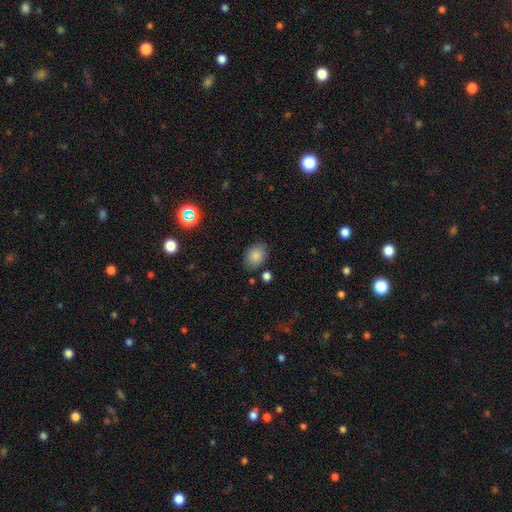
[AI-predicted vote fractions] A smooth galaxy with no disk features (84%) that is in between round and cigar-shaped (70%).

Vote fractions:
- Smooth or featured? smooth: 84% / star or artifact: 10% / featured or disk: 6%
- How rounded? in between: 70% / round: 29% / cigar-shaped: 1%
- Merging? none: 80% / minor disturbance: 13% / merger: 3% / major disturbance: 3%